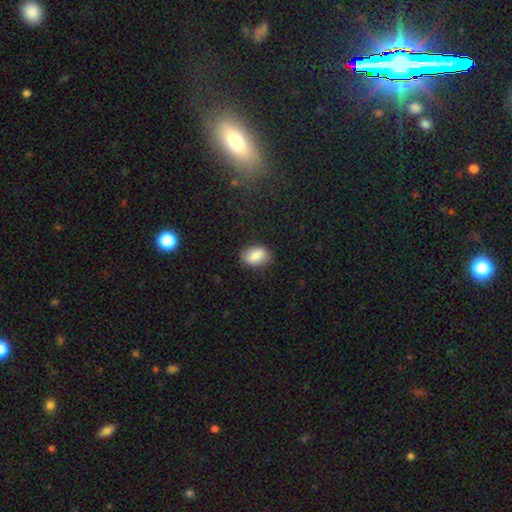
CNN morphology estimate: This is clearly a smooth galaxy (83%). How rounded: clearly in between (83%). Merging: clearly none (82%).